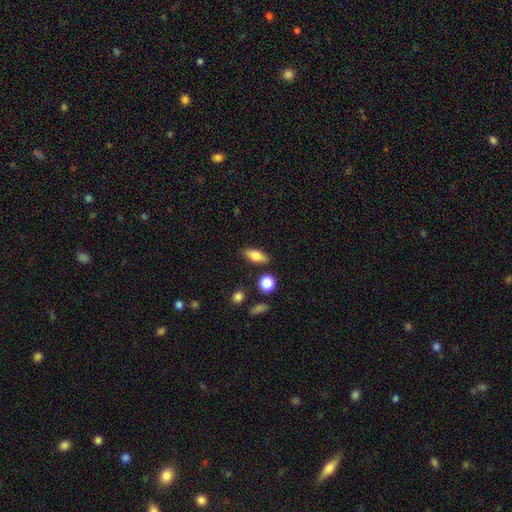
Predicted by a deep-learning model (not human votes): Smooth or featured: smooth — 75% (featured or disk — 17%)
How rounded: in between — 75% (cigar-shaped — 20%)
Merging: none — 83% (minor disturbance — 11%)